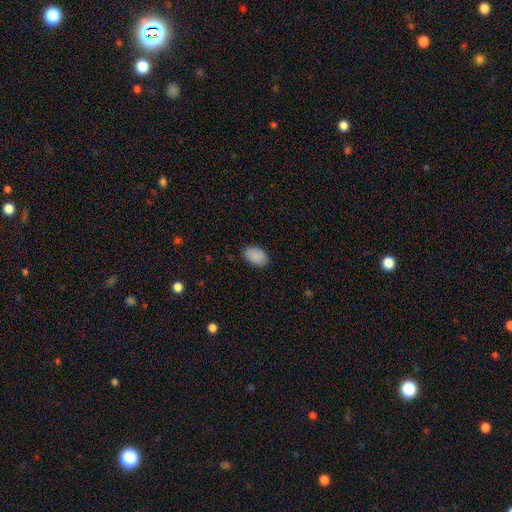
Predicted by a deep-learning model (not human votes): This is clearly a smooth galaxy (90%). How rounded: clearly in between (90%). Merging: clearly none (86%).